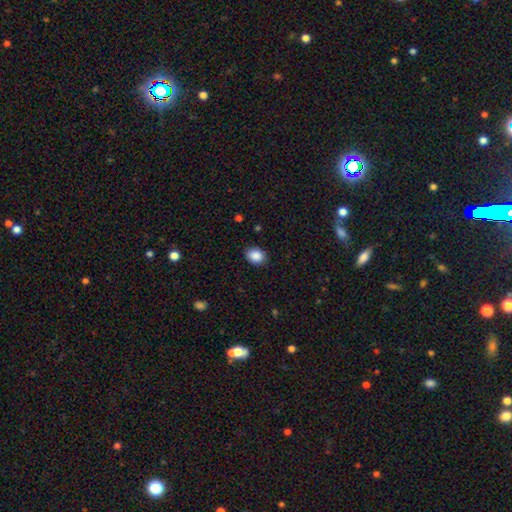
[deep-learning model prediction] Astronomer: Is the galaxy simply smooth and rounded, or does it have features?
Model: smooth — 89%.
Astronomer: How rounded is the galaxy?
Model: in between — 61% (runner-up: round, 38%).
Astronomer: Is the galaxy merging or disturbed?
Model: none — 88%.